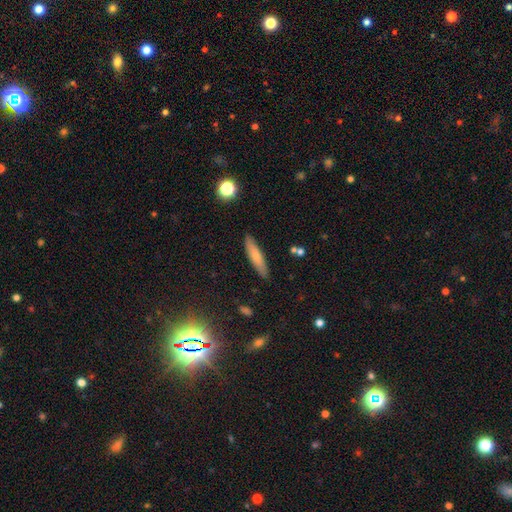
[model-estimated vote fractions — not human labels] Smooth or featured? Predicted: smooth (p=0.67). How rounded? Predicted: cigar-shaped (p=0.81). Merging? Predicted: none (p=0.86).